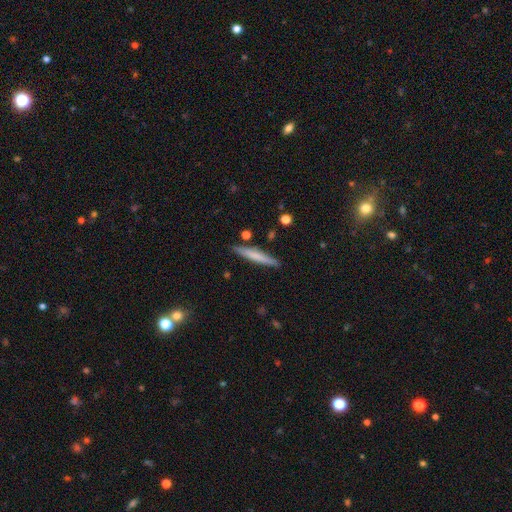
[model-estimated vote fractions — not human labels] Smooth or featured?
  - smooth: 62% *
  - featured or disk: 32%
  - star or artifact: 6%
How rounded?
  - cigar-shaped: 95% *
  - in between: 4%
  - round: 1%
Merging?
  - none: 87% *
  - minor disturbance: 8%
  - merger: 3%
  - major disturbance: 2%